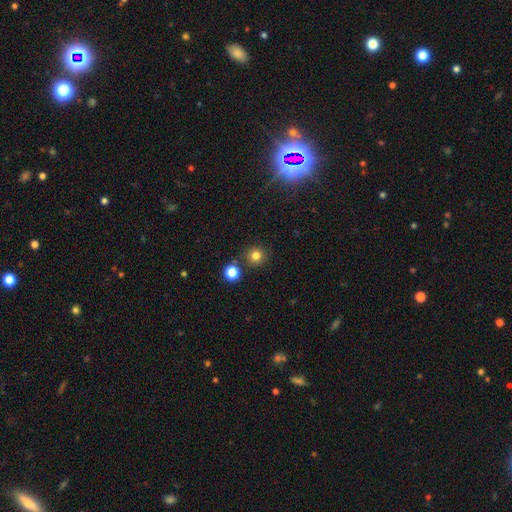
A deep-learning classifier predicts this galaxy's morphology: This appears to be a smooth galaxy with no disk features (80%) that is round (94%). Merging: none (84%).